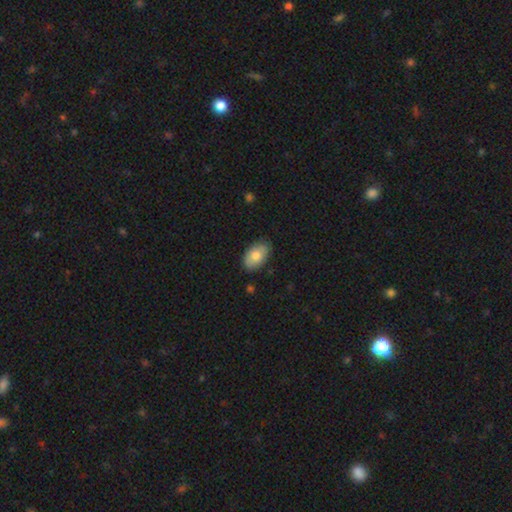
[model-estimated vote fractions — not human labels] smooth 75%, featured or disk 18%, star or artifact 6%. Down the decision tree: how rounded — in between (91%); merging — none (79%).